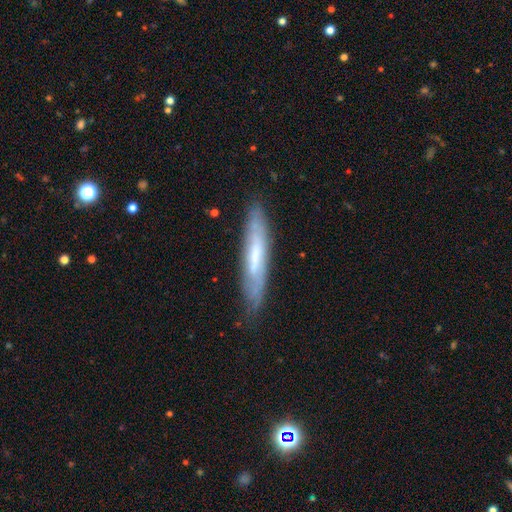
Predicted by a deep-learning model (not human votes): Smooth or featured? Predicted: featured or disk (p=0.55). Edge-on disk? Predicted: yes (p=0.65). Merging? Predicted: none (p=0.79).